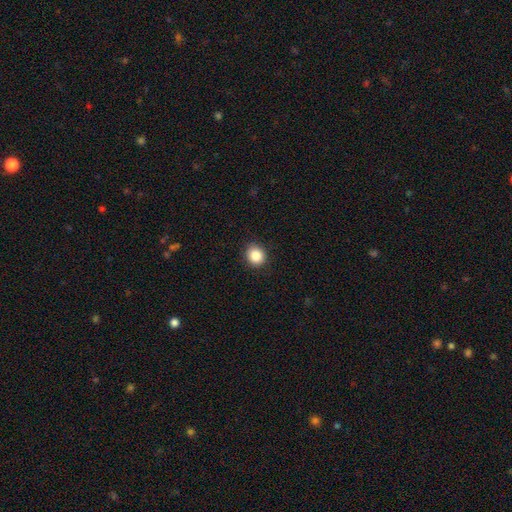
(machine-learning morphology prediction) smooth 86%, star or artifact 9%, featured or disk 5%. Down the decision tree: how rounded — round (80%); merging — none (90%).